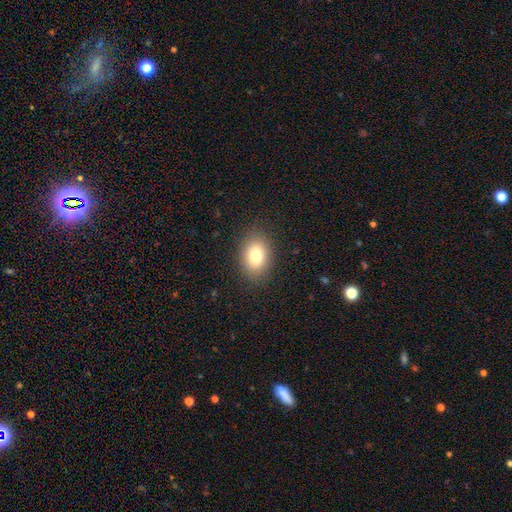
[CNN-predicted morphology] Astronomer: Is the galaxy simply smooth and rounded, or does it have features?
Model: smooth — 79%.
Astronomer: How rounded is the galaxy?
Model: in between — 77%.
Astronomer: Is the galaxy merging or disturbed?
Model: none — 86%.